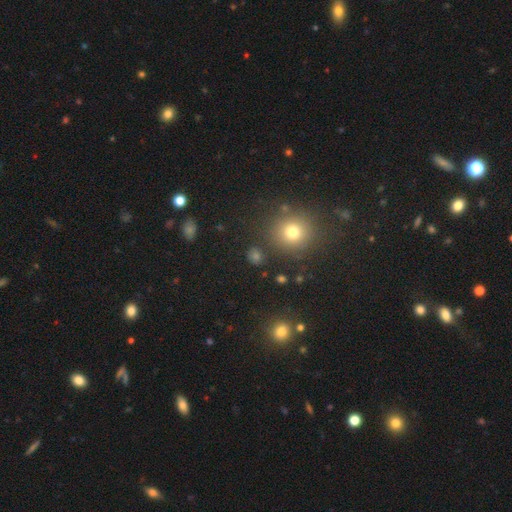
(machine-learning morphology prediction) type=smooth (64%); roundness=round (78%); merging=none (84%).